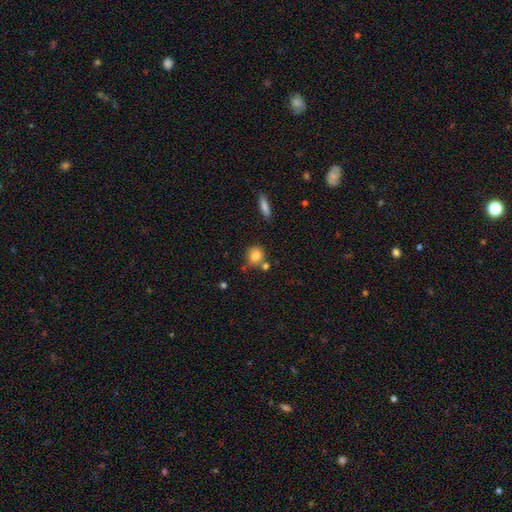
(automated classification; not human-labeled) The model was most divided on "merging": none: 63%, merger: 18%, minor disturbance: 15%, major disturbance: 4%. More confident: smooth or featured — smooth (83%); how rounded — round (79%).